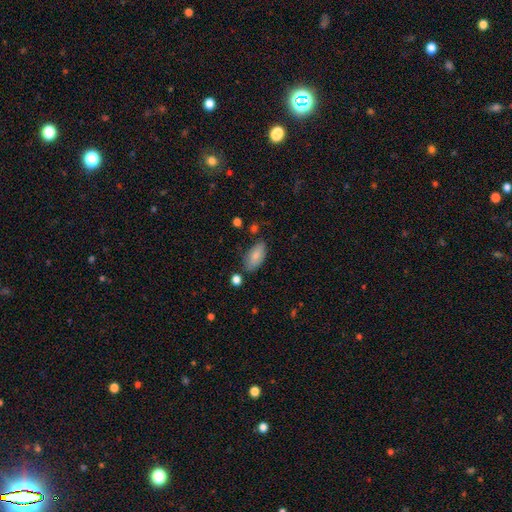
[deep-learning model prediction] Smooth or featured? smooth (83%)
How rounded? in between (90%)
Merging? none (74%)